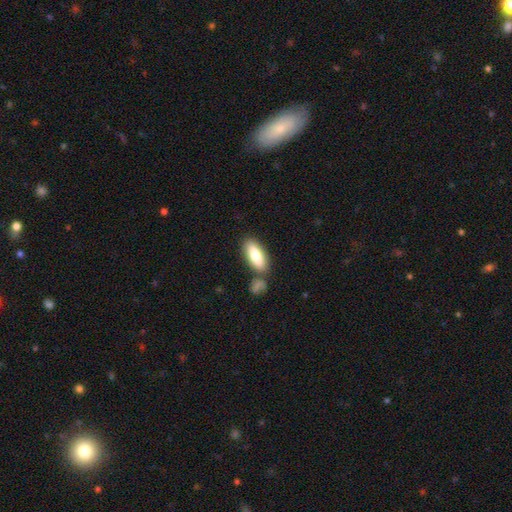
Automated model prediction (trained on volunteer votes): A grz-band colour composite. It shows a smooth galaxy with no disk features (80%) that is in between round and cigar-shaped (75%). Merging: none (69%).